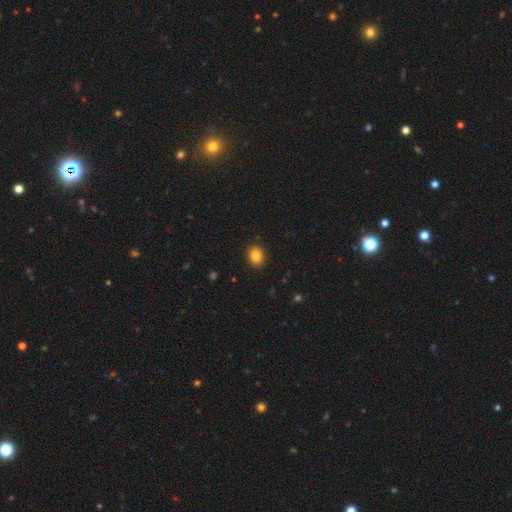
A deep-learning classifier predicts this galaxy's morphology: This appears to be a smooth galaxy with no disk features (84%) that is round (57%). Merging: none (91%).